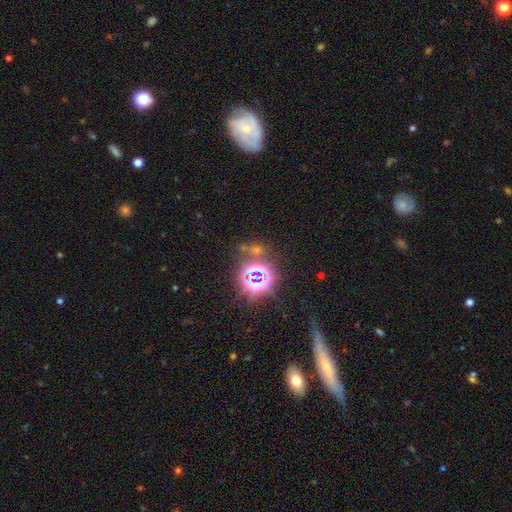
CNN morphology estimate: This is likely a star or artifact rather than a galaxy (66%).